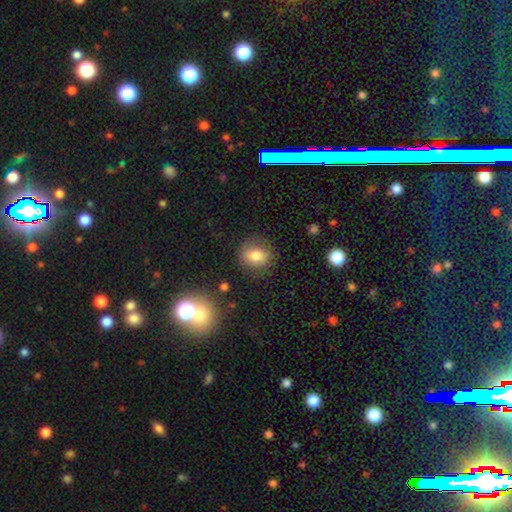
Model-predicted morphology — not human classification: Smooth or featured: smooth — 77% (featured or disk — 13%)
How rounded: round — 57% (in between — 41%)
Merging: none — 78% (minor disturbance — 15%)